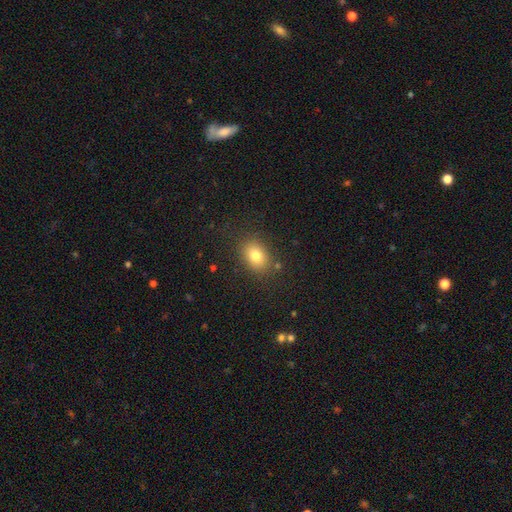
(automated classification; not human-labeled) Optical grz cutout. It shows a smooth galaxy with no disk features (79%) that is in between round and cigar-shaped (67%). Merging: none (83%).